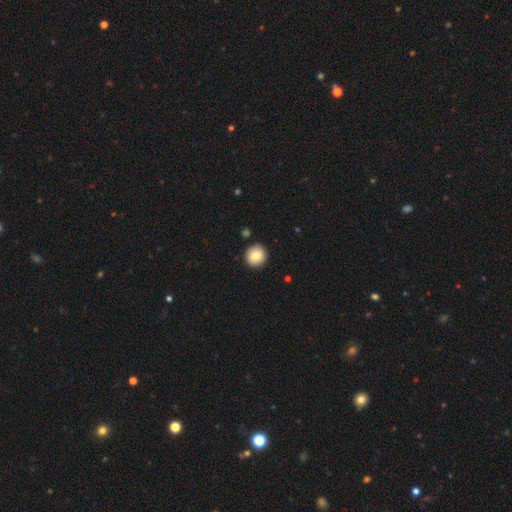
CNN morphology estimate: Smooth or featured: smooth — 80% (featured or disk — 12%)
How rounded: round — 93% (in between — 6%)
Merging: none — 90% (minor disturbance — 6%)